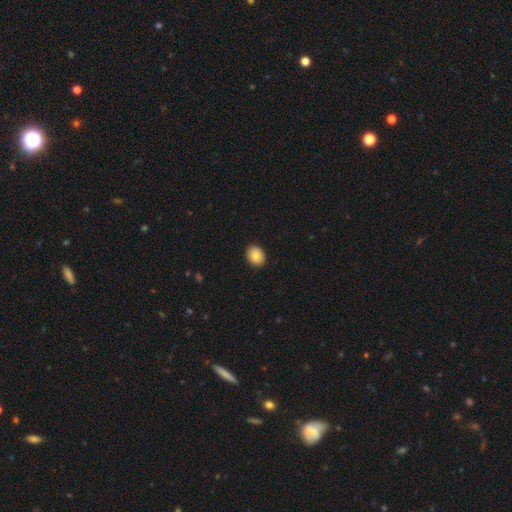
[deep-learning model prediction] smooth-or-featured: smooth: 85% | star or artifact: 8% | featured or disk: 7%
  how-rounded: in between: 57% | round: 42% | cigar-shaped: 1%
  merging: none: 91% | minor disturbance: 7% | major disturbance: 2% | merger: 1%